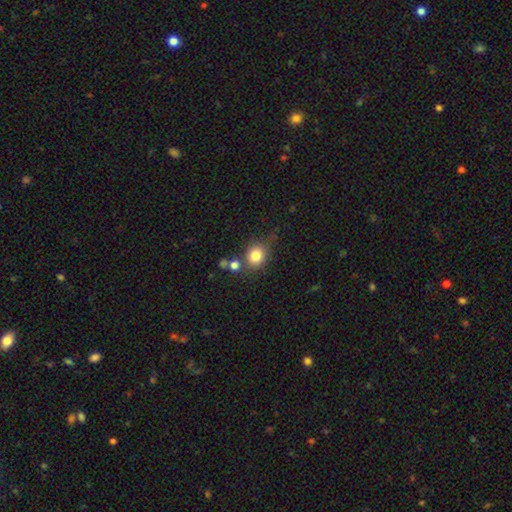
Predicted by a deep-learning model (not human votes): This appears to be a smooth galaxy with no disk features (81%) that is round (74%). Merging: none (67%).